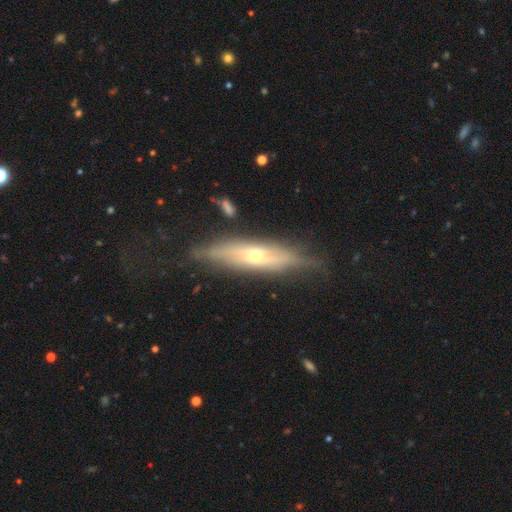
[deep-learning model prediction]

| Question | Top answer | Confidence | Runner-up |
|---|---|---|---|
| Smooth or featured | featured or disk | 67% | smooth (26%) |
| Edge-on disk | yes | 70% | no (30%) |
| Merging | none | 68% | minor disturbance (22%) |